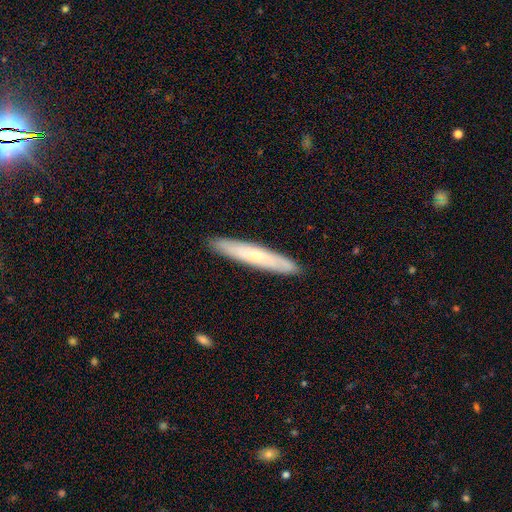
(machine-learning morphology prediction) Smooth or featured?
  - smooth: 51% *
  - featured or disk: 43%
  - star or artifact: 6%
How rounded?
  - cigar-shaped: 92% *
  - in between: 6%
  - round: 1%
Merging?
  - none: 91% *
  - minor disturbance: 7%
  - major disturbance: 1%
  - merger: 1%